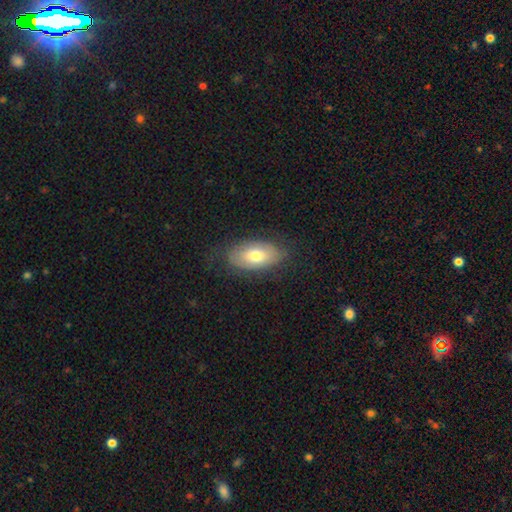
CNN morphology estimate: A smooth galaxy with no disk features (65%) that is in between round and cigar-shaped (92%).

Vote fractions:
- Smooth or featured? smooth: 65% / featured or disk: 28% / star or artifact: 7%
- How rounded? in between: 92% / round: 5% / cigar-shaped: 3%
- Merging? none: 75% / minor disturbance: 17% / major disturbance: 6% / merger: 1%